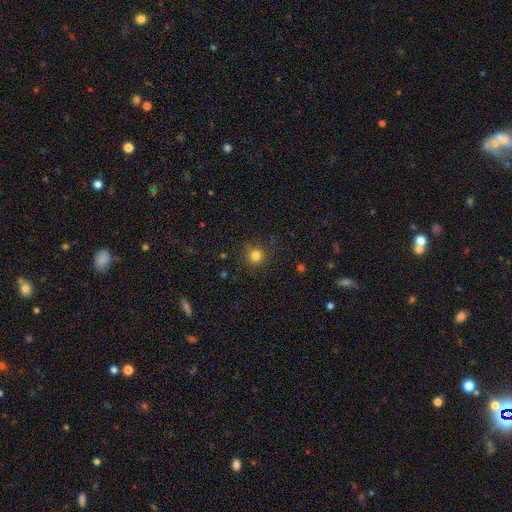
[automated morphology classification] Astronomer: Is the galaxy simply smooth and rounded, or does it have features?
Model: smooth — 82%.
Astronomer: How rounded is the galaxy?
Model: round — 94%.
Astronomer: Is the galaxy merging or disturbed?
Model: none — 89%.